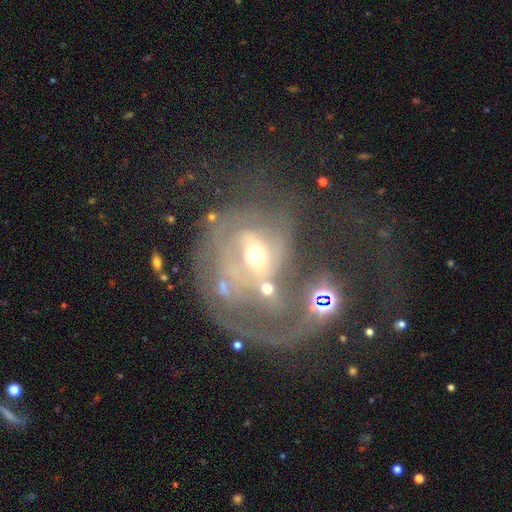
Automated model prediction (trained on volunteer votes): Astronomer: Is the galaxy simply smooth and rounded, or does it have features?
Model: featured or disk — 73%.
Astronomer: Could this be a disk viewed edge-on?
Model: no — 97%.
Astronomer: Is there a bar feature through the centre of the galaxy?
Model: no — 62%.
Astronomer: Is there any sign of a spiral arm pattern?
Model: yes — 65%.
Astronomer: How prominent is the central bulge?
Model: moderate — 55% (runner-up: small, 35%).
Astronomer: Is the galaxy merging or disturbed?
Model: major disturbance — 48% (runner-up: merger, 24%).